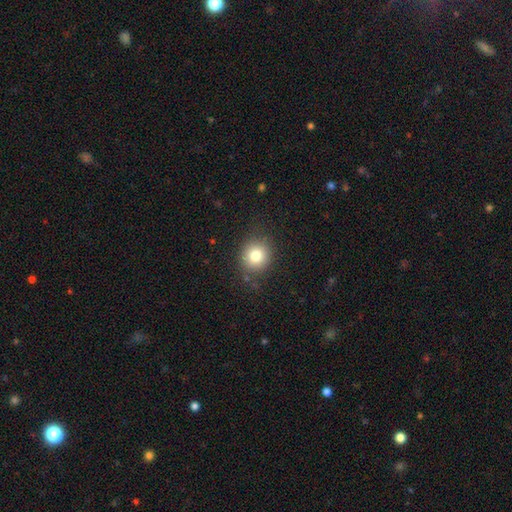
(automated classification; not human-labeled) A smooth galaxy with no disk features (80%) that is round (86%). Merging: none (84%).